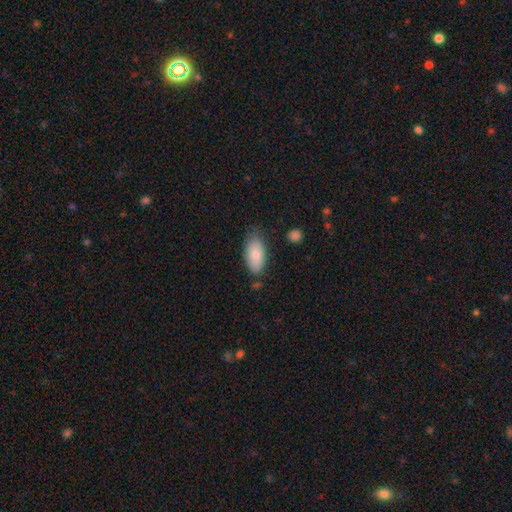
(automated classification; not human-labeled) smooth_or_featured: smooth (p=0.80) [alt: featured or disk p=0.13]
how_rounded: in between (p=0.93) [alt: cigar-shaped p=0.04]
merging: none (p=0.68) [alt: minor disturbance p=0.24]